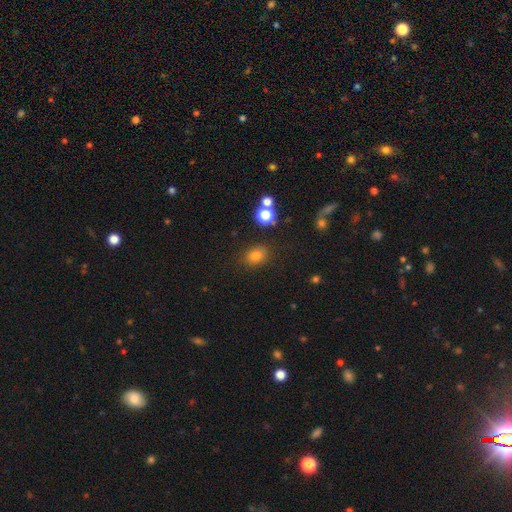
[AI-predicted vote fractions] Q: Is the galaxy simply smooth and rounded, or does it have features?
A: smooth — 78%.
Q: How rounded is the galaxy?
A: round — 56%.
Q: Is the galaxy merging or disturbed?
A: none — 80%.